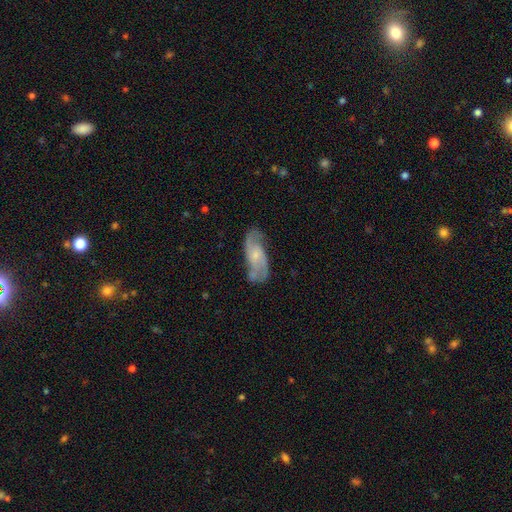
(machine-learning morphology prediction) Smooth or featured? Predicted: featured or disk (p=0.76). Edge-on disk? Predicted: no (p=0.93). Bar? Predicted: no (p=0.59). Spiral arms? Predicted: yes (p=0.93). Spiral winding? Predicted: medium (p=0.45). Spiral arm count? Predicted: 2 (p=0.81). Bulge size? Predicted: small (p=0.61). Merging? Predicted: none (p=0.69).